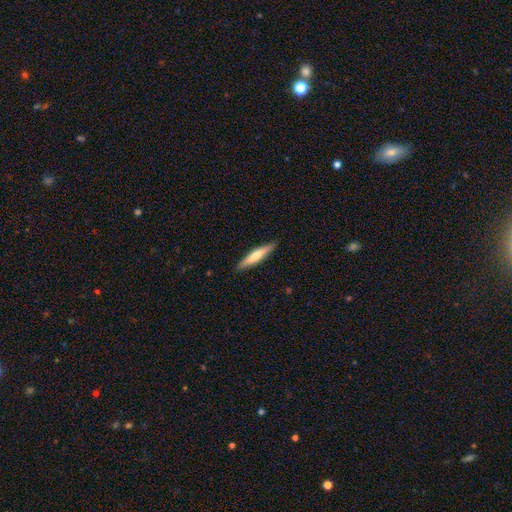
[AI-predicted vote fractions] This is possibly a smooth galaxy (54%). How rounded: clearly cigar-shaped (90%). Merging: clearly none (89%).